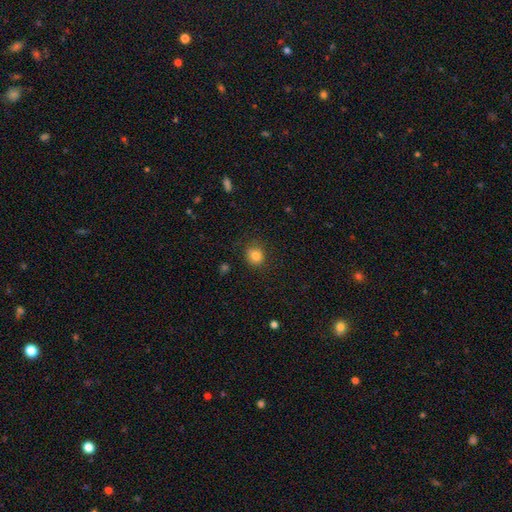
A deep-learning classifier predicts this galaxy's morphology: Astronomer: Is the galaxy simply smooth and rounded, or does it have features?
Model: smooth — 82%.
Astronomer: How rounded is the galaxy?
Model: round — 84%.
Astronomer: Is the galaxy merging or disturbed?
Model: none — 84%.